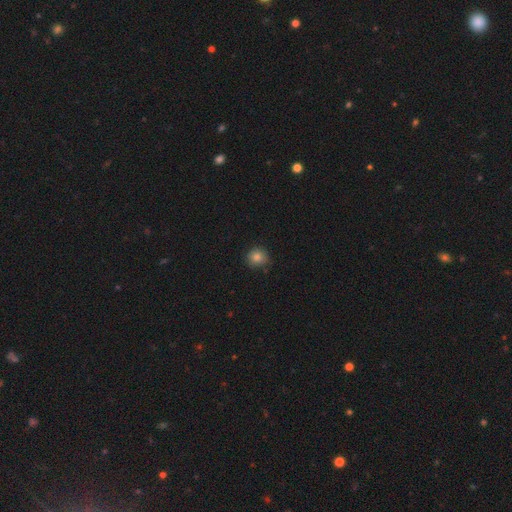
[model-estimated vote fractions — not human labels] Smooth or featured: smooth — 80% (star or artifact — 14%)
How rounded: round — 91% (in between — 8%)
Merging: none — 85% (minor disturbance — 11%)